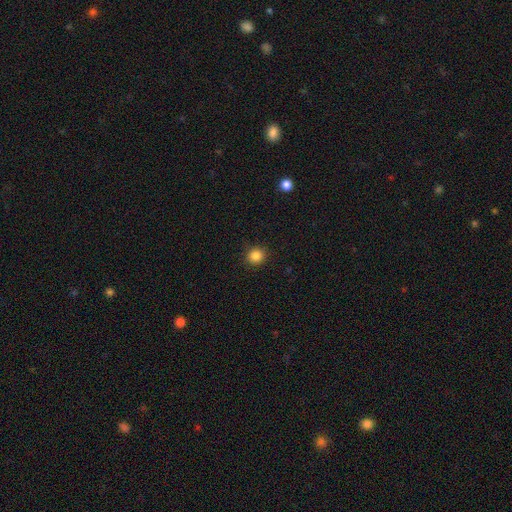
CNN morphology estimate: smooth 86%, star or artifact 11%, featured or disk 3%. Down the decision tree: how rounded — round (90%); merging — none (90%).